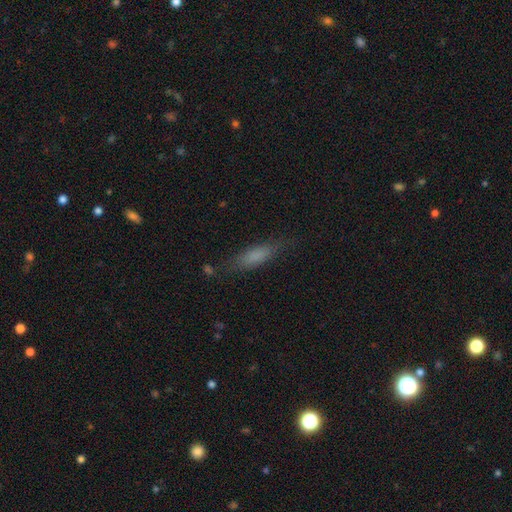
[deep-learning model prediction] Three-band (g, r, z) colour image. It shows a smooth galaxy with no disk features (74%) that is cigar-shaped (57%). Merging: none (74%).